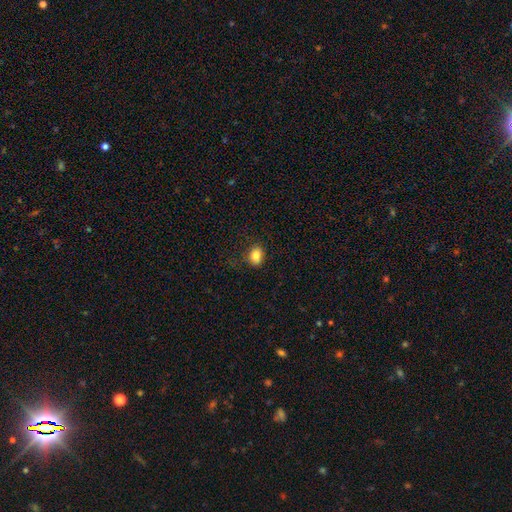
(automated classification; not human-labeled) Smooth or featured? smooth (83%)
How rounded? in between (63%)
Merging? none (83%)